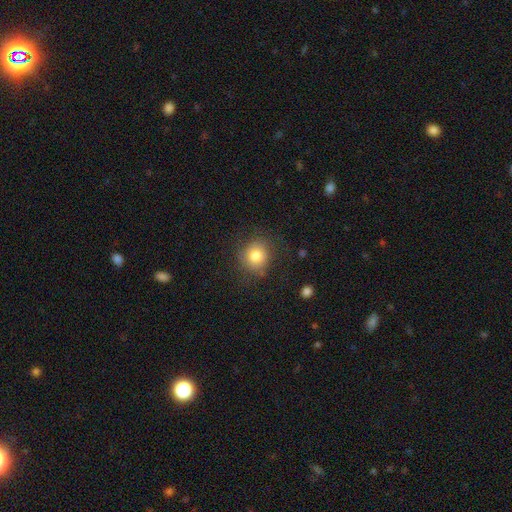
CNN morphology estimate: Q: Smooth or featured?
A: smooth (79%); runner-up: featured or disk (12%)
Q: How rounded?
A: round (82%); runner-up: in between (17%)
Q: Merging?
A: none (73%); runner-up: minor disturbance (17%)